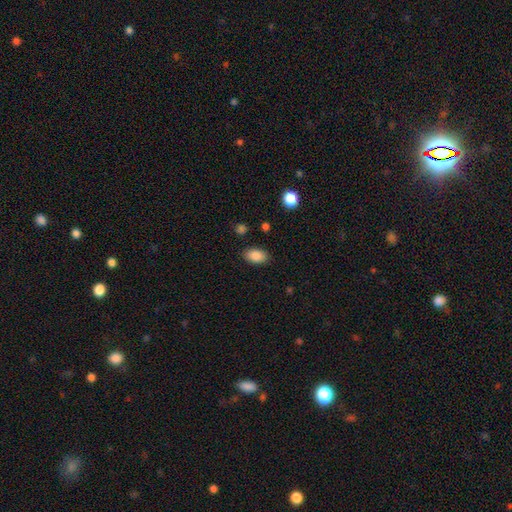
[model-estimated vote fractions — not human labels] Overall: smooth (86%). How rounded: in between (91%). Merging: none (86%).